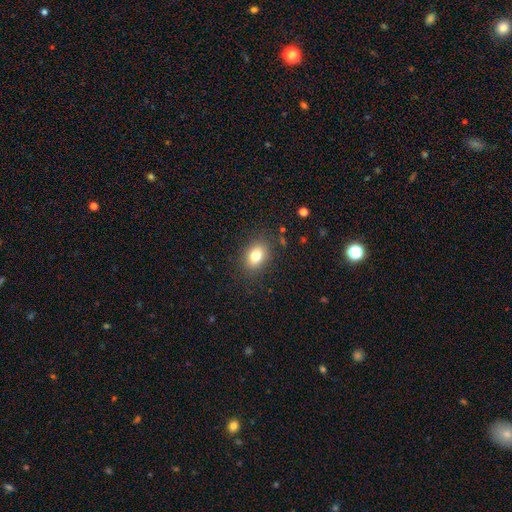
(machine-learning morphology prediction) The model was most divided on "how rounded": in between: 70%, round: 29%, cigar-shaped: 1%. More confident: merging — none (86%); smooth or featured — smooth (80%).